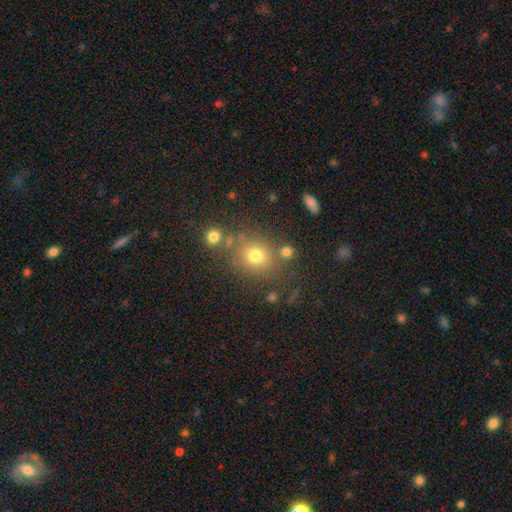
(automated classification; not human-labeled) This appears to be a smooth galaxy with no disk features (72%) that is round (82%). Merging: none (73%).